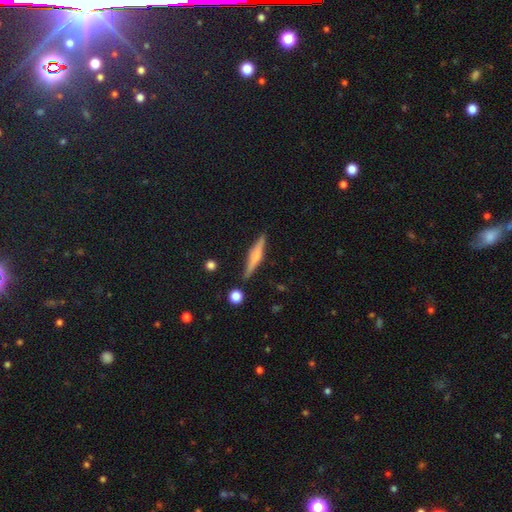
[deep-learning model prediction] Smooth or featured: featured or disk — 58% (smooth — 35%)
Edge-on disk: yes — 97% (no — 3%)
Edge-on bulge: rounded — 73% (boxy — 15%)
Merging: none — 87% (minor disturbance — 9%)